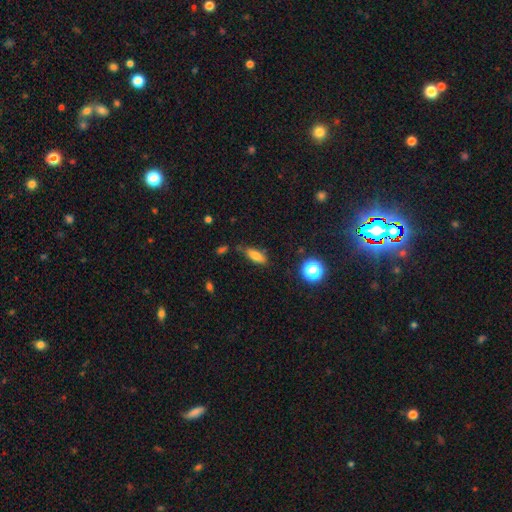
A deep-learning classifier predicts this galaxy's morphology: Q: Smooth or featured?
A: smooth (76%); runner-up: featured or disk (13%)
Q: How rounded?
A: in between (69%); runner-up: cigar-shaped (27%)
Q: Merging?
A: none (69%); runner-up: minor disturbance (21%)